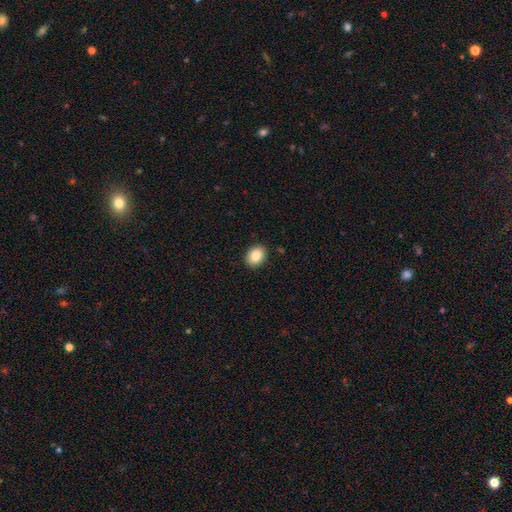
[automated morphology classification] Smooth or featured: smooth — 85% (star or artifact — 8%)
How rounded: in between — 62% (round — 37%)
Merging: none — 91% (minor disturbance — 7%)